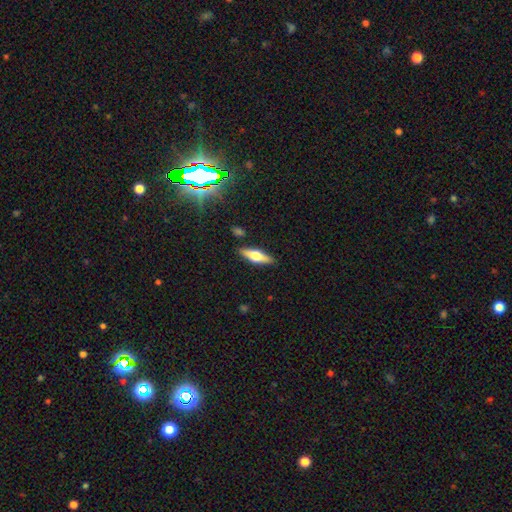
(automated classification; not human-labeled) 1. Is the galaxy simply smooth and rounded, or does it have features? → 50% featured or disk, 43% smooth, 7% star or artifact.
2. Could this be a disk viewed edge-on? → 92% yes, 8% no.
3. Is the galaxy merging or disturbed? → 88% none, 8% minor disturbance, 2% major disturbance, 2% merger.